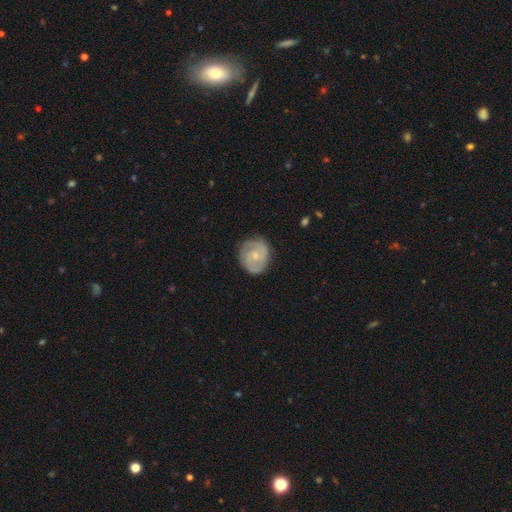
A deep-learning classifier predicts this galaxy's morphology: Smooth or featured? featured or disk (68%)
Edge-on disk? no (98%)
Bar? no (68%)
Spiral arms? yes (88%)
Spiral winding? tight (54%)
Spiral arm count? 2 (62%)
Bulge size? small (63%)
Merging? none (78%)